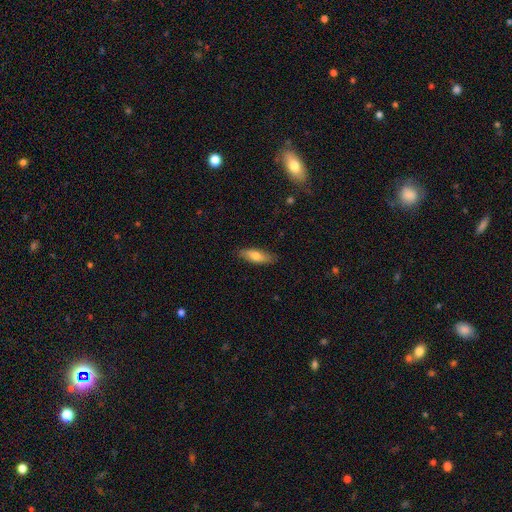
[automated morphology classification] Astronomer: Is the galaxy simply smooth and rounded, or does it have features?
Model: smooth — 71%.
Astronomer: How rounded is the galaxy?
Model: in between — 58% (runner-up: cigar-shaped, 39%).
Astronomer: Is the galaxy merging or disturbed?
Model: none — 86%.